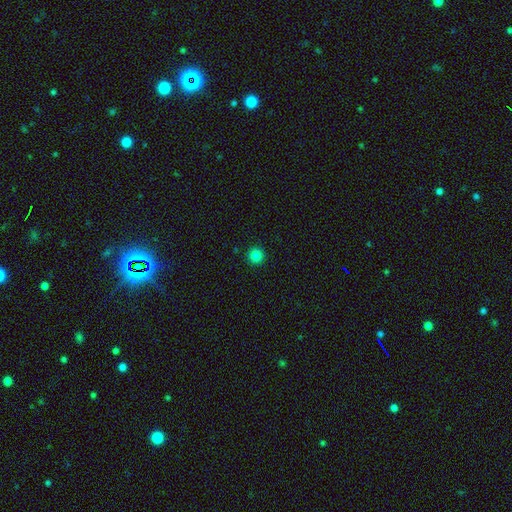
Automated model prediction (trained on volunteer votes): The model was most divided on "smooth or featured": smooth: 84%, star or artifact: 12%, featured or disk: 4%. More confident: how rounded — round (96%); merging — none (93%).